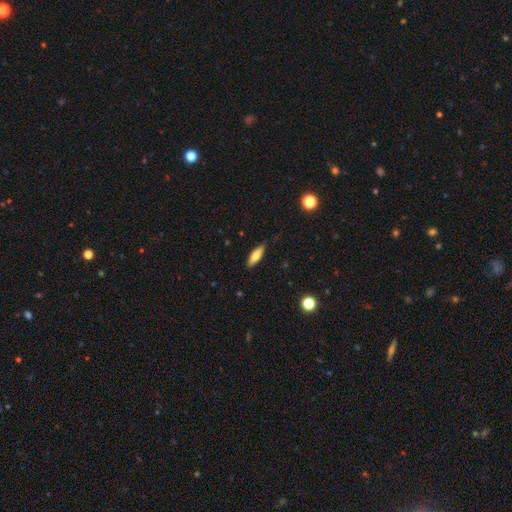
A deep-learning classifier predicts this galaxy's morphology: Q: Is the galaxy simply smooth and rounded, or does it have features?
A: smooth — 73%.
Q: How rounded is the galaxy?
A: in between — 52%.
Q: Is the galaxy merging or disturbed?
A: none — 85%.